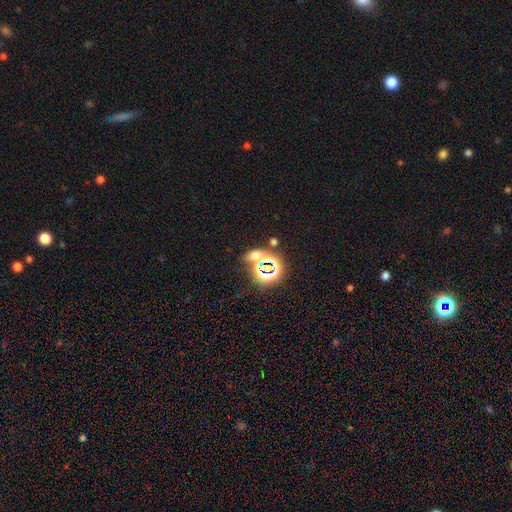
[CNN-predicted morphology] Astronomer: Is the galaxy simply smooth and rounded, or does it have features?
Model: star or artifact — 49% (runner-up: smooth, 39%).